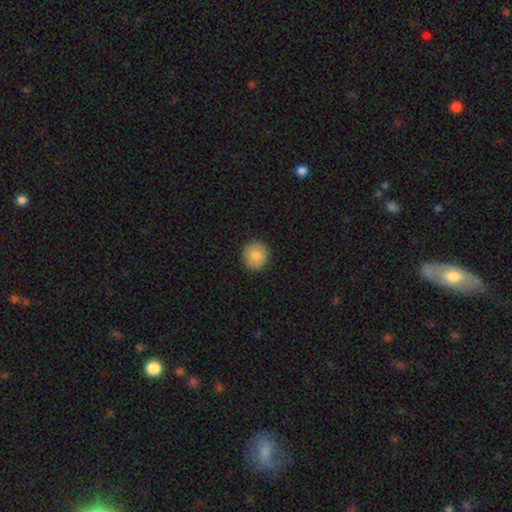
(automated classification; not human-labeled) The model was most divided on "smooth or featured": smooth: 87%, star or artifact: 7%, featured or disk: 6%. More confident: merging — none (91%); how rounded — round (90%).